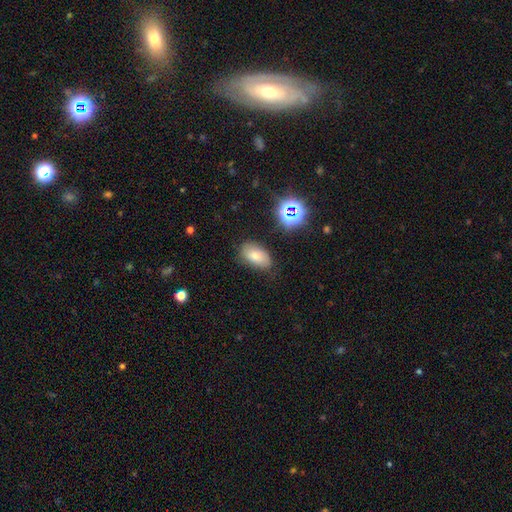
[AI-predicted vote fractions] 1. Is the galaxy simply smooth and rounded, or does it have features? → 71% smooth, 15% featured or disk, 14% star or artifact.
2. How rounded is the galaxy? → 91% in between, 7% round, 2% cigar-shaped.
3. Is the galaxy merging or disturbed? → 74% none, 19% minor disturbance, 5% major disturbance, 2% merger.